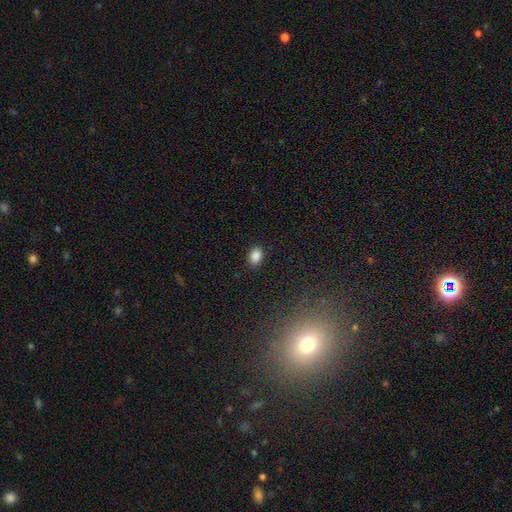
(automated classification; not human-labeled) Smooth or featured? Predicted: smooth (p=0.86). How rounded? Predicted: in between (p=0.80). Merging? Predicted: none (p=0.86).